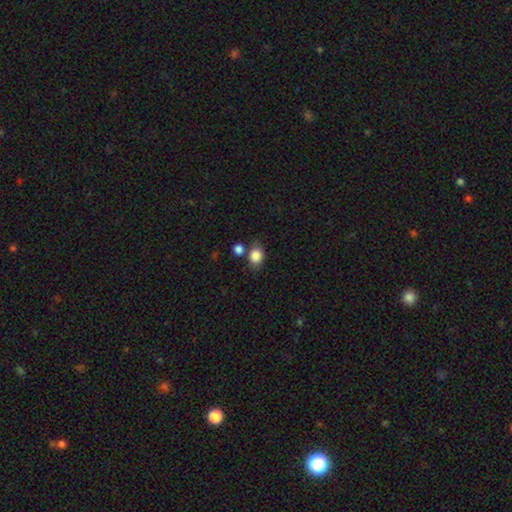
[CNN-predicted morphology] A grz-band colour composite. It shows a smooth galaxy with no disk features (86%) that is round (54%). Merging: none (65%).